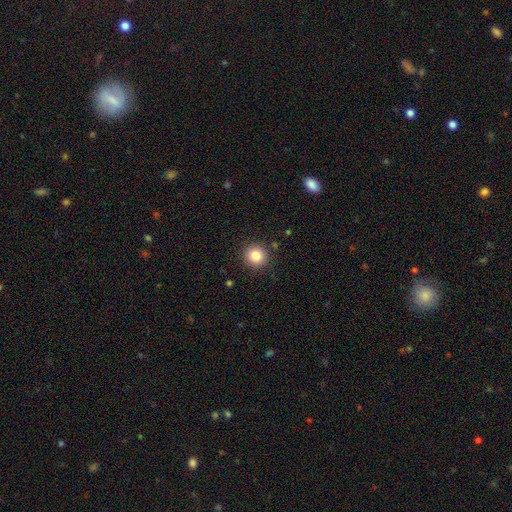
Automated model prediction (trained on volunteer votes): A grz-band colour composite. It shows a smooth galaxy with no disk features (83%) that is round (92%). Merging: none (90%).